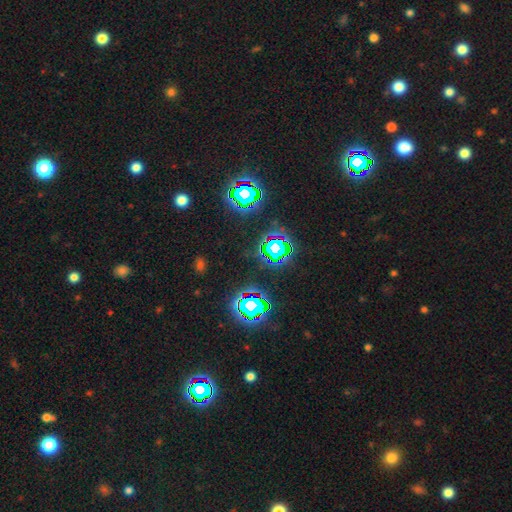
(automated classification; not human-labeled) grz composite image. It shows a star or artifact, not a galaxy (79%).